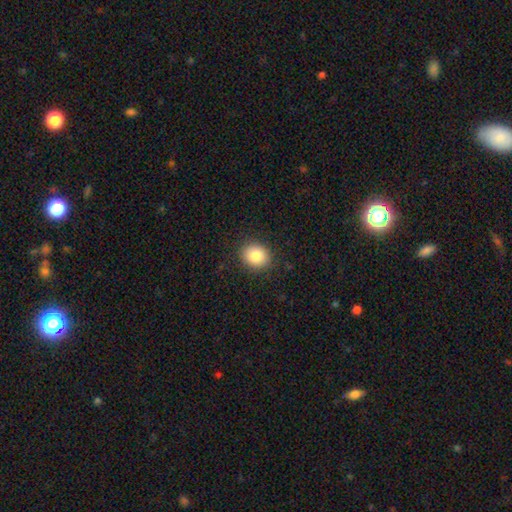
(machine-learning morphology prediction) type=smooth (84%); roundness=round (69%); merging=none (89%).